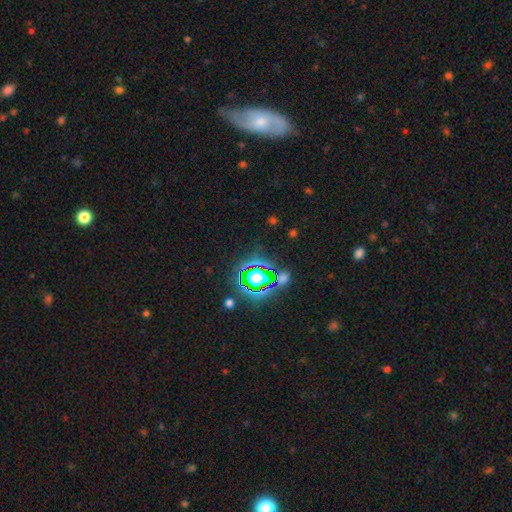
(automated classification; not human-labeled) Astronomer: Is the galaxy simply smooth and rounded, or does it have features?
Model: star or artifact — 69%.